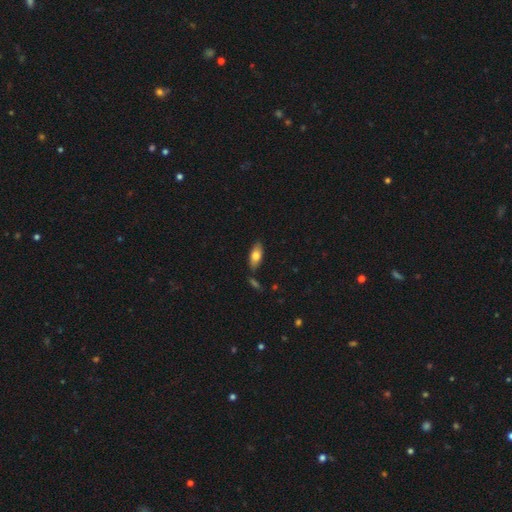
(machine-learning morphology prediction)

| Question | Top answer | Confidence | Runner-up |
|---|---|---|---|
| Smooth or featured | smooth | 74% | featured or disk (19%) |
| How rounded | in between | 81% | cigar-shaped (16%) |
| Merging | none | 77% | minor disturbance (13%) |